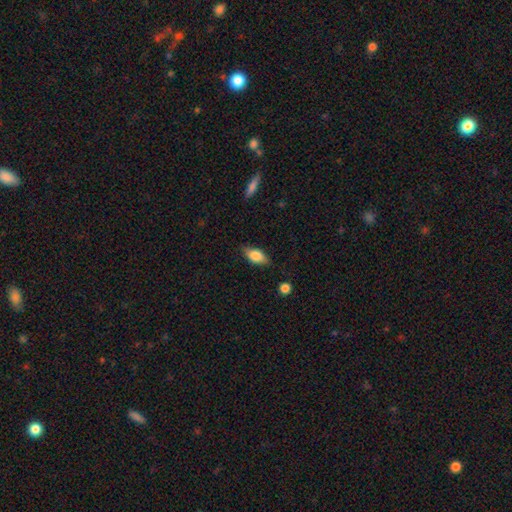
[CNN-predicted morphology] Smooth or featured: smooth — 76% (featured or disk — 17%)
How rounded: in between — 86% (cigar-shaped — 9%)
Merging: none — 78% (minor disturbance — 17%)